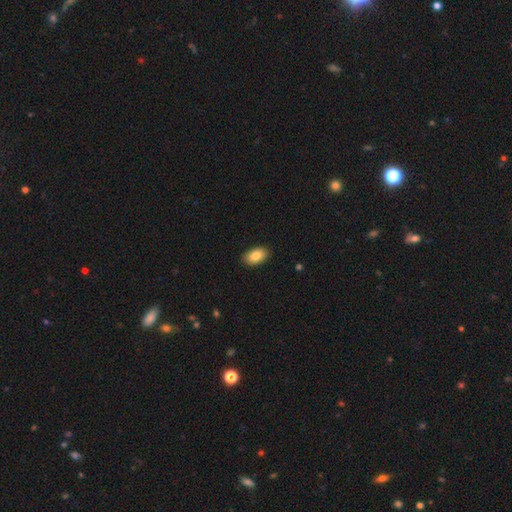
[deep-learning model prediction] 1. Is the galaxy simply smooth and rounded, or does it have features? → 85% smooth, 8% featured or disk, 7% star or artifact.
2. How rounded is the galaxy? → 93% in between, 6% round, 1% cigar-shaped.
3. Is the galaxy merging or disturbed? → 89% none, 8% minor disturbance, 2% major disturbance, 1% merger.